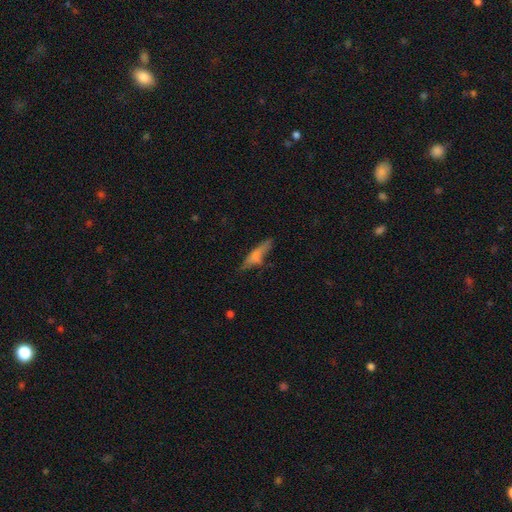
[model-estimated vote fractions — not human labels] Morphology: type=smooth (63%); roundness=cigar-shaped (72%); merging=none (57%).